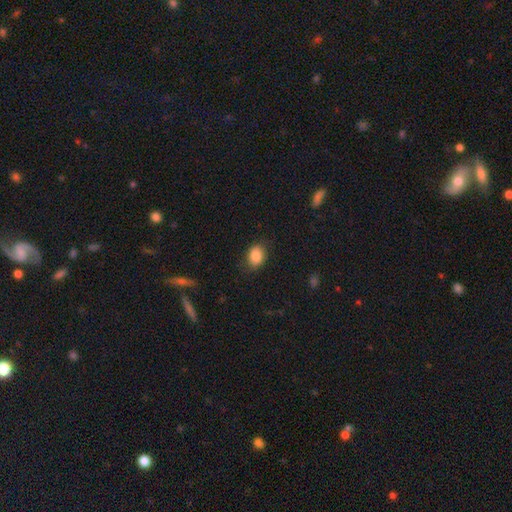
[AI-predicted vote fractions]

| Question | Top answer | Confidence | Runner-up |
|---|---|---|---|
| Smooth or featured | smooth | 86% | star or artifact (8%) |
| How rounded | in between | 66% | round (33%) |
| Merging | none | 80% | minor disturbance (15%) |